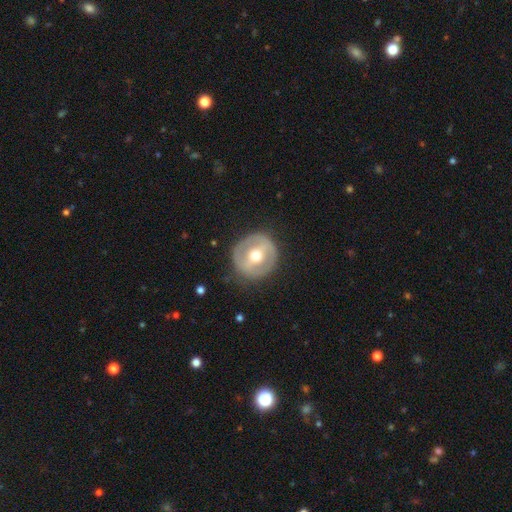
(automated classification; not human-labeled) Smooth or featured? featured or disk (61%)
Edge-on disk? no (94%)
Bar? weak (36%, tied with strong)
Spiral arms? no (74%)
Bulge size? moderate (74%)
Merging? none (84%)